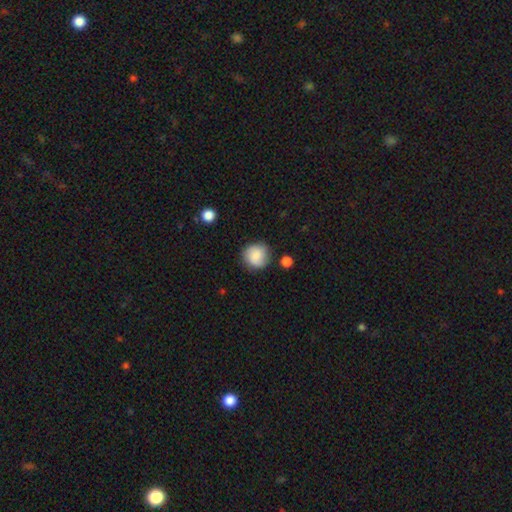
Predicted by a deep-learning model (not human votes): A smooth galaxy with no disk features (79%) that is round (91%).

Vote fractions:
- Smooth or featured? smooth: 79% / featured or disk: 13% / star or artifact: 8%
- How rounded? round: 91% / in between: 8% / cigar-shaped: 1%
- Merging? none: 78% / minor disturbance: 15% / major disturbance: 4% / merger: 3%